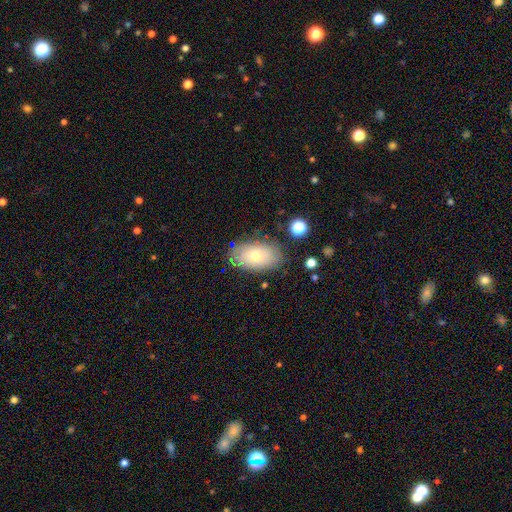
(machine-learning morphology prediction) Smooth or featured? smooth (62%)
How rounded? in between (89%)
Merging? none (79%)